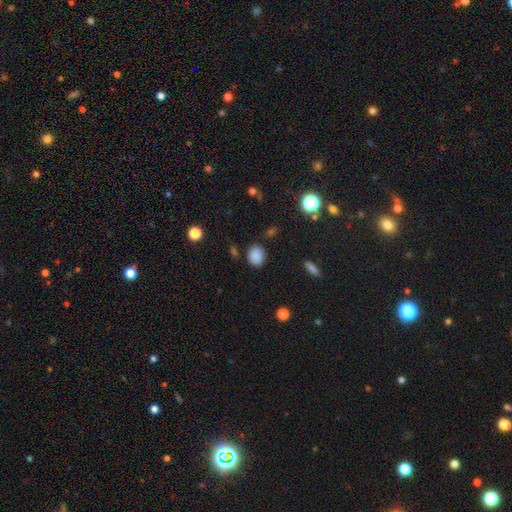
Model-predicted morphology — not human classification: Q: Smooth or featured?
A: smooth (85%); runner-up: star or artifact (11%)
Q: How rounded?
A: round (61%); runner-up: in between (38%)
Q: Merging?
A: none (80%); runner-up: minor disturbance (14%)